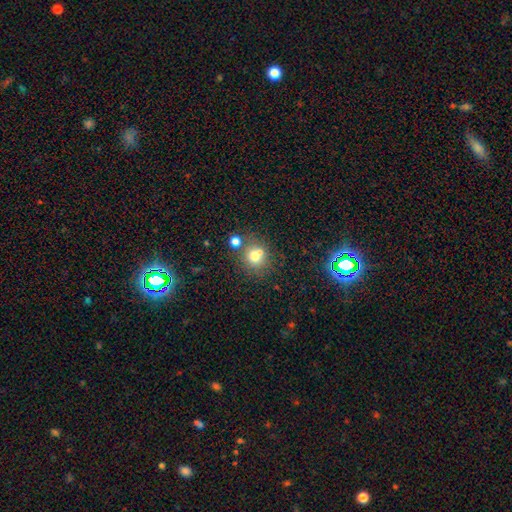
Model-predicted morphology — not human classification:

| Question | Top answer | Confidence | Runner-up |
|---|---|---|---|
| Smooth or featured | smooth | 50% | star or artifact (43%) |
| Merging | none | 80% | merger (8%) |